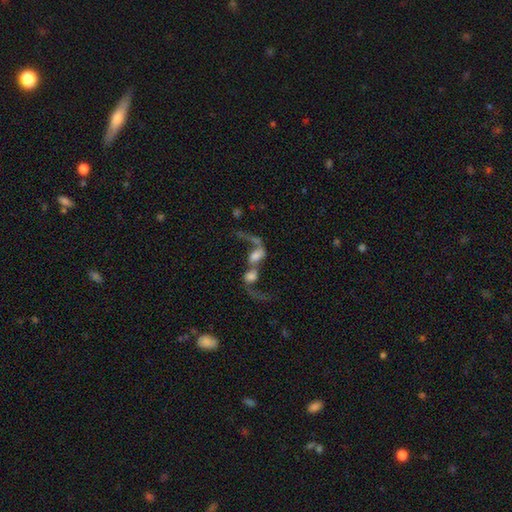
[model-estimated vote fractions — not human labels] smooth_or_featured: featured or disk (p=0.56) [alt: smooth p=0.32]
disk_edge_on: no (p=0.93) [alt: yes p=0.07]
bar: no (p=0.64) [alt: weak p=0.25]
has_spiral_arms: yes (p=0.62) [alt: no p=0.38]
bulge_size: moderate (p=0.28) [alt: none p=0.25]
merging: merger (p=0.76) [alt: major disturbance p=0.12]